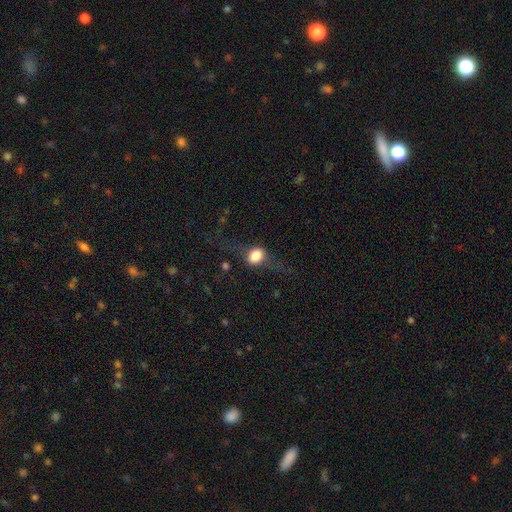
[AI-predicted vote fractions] A smooth galaxy with no disk features (57%) that is round (51%).

Vote fractions:
- Smooth or featured? smooth: 57% / featured or disk: 32% / star or artifact: 11%
- How rounded? round: 51% / in between: 45% / cigar-shaped: 5%
- Merging? none: 58% / major disturbance: 20% / minor disturbance: 20% / merger: 2%